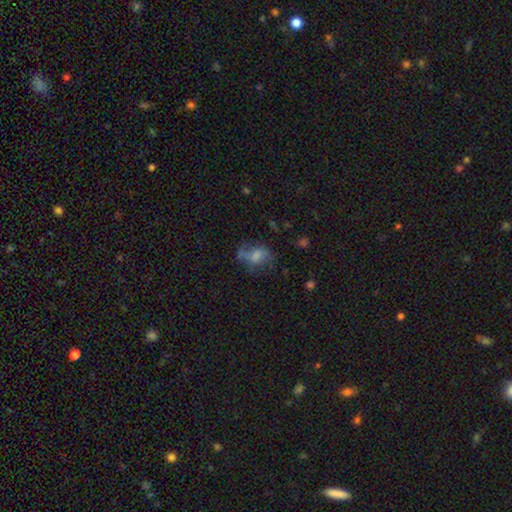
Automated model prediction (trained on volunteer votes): Smooth or featured?
  - smooth: 52% *
  - featured or disk: 36%
  - star or artifact: 13%
How rounded?
  - in between: 71% *
  - round: 27%
  - cigar-shaped: 2%
Merging?
  - none: 41% *
  - major disturbance: 27%
  - minor disturbance: 26%
  - merger: 7%